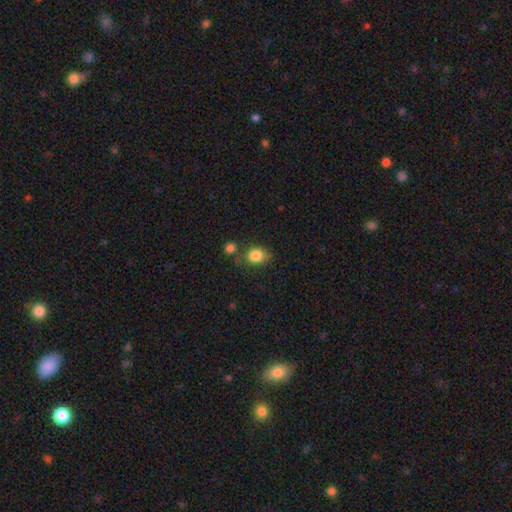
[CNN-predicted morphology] smooth_or_featured: smooth (p=0.84) [alt: star or artifact p=0.10]
how_rounded: round (p=0.50) [alt: in between p=0.48]
merging: none (p=0.61) [alt: minor disturbance p=0.18]